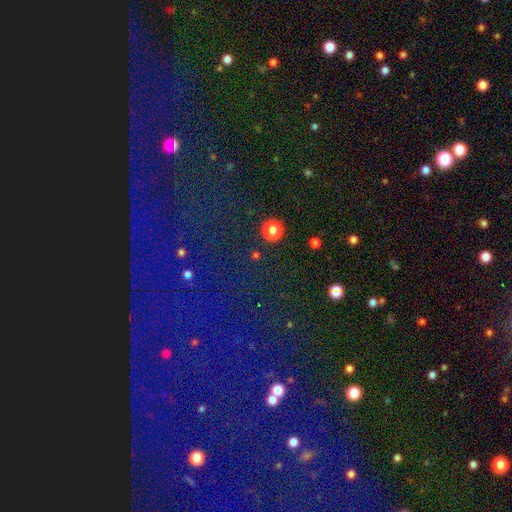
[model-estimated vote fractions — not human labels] smooth 47% (tied), star or artifact 47% (tied), featured or disk 6%. Down the decision tree: merging — none (88%).